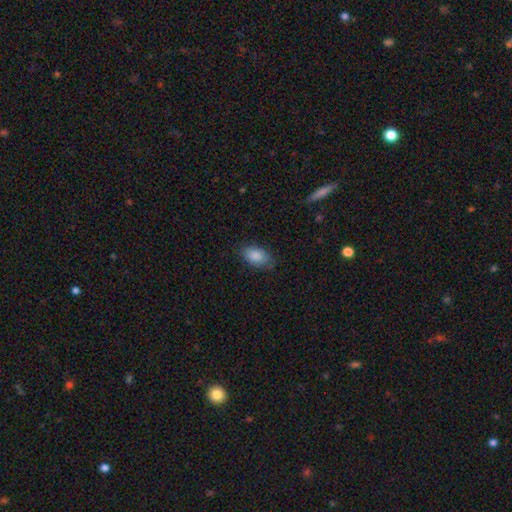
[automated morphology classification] Overall: smooth (88%). How rounded: in between (92%). Merging: none (79%).